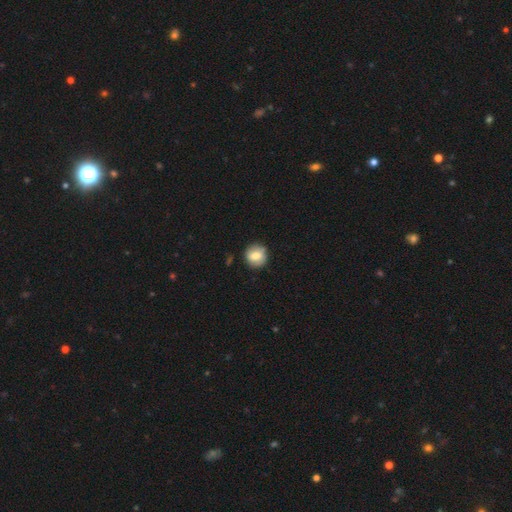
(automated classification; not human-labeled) smooth-or-featured: smooth: 73% | featured or disk: 19% | star or artifact: 8%
  how-rounded: round: 88% | in between: 11% | cigar-shaped: 1%
  merging: none: 85% | minor disturbance: 11% | major disturbance: 2% | merger: 2%